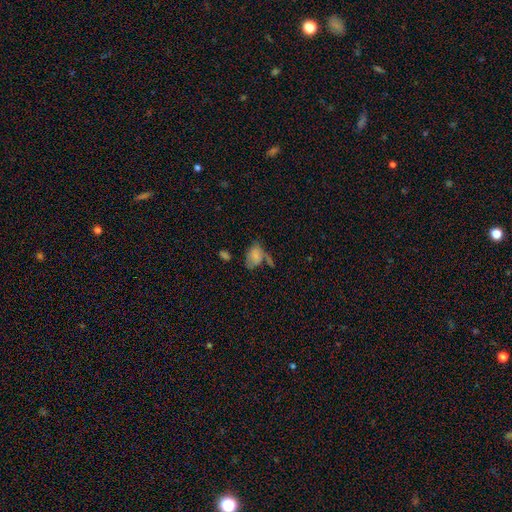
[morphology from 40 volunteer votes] Smooth or featured: smooth — 85% (featured or disk — 10%)
How rounded: in between — 74% (round — 18%)
Merging: merger — 29% (major disturbance — 26%)